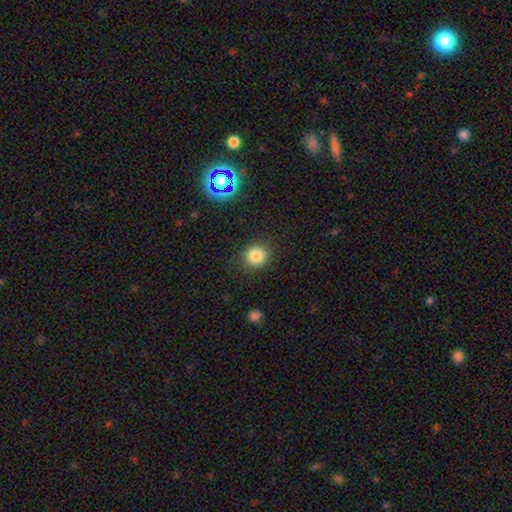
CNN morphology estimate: This appears to be a smooth galaxy with no disk features (83%) that is round (85%). Merging: none (86%).